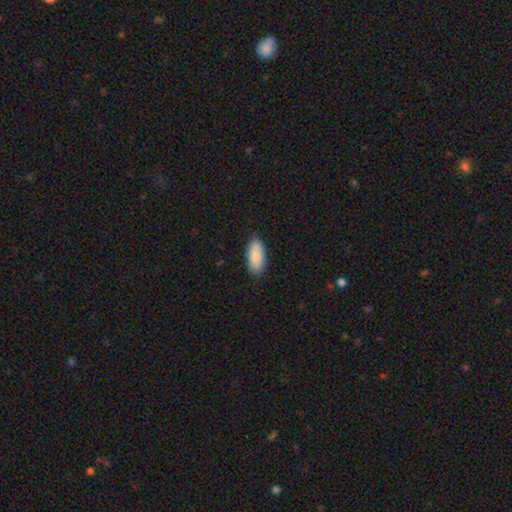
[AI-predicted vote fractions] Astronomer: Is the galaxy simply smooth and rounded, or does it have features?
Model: smooth — 88%.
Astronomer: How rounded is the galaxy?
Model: in between — 87%.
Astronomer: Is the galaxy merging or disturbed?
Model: none — 86%.